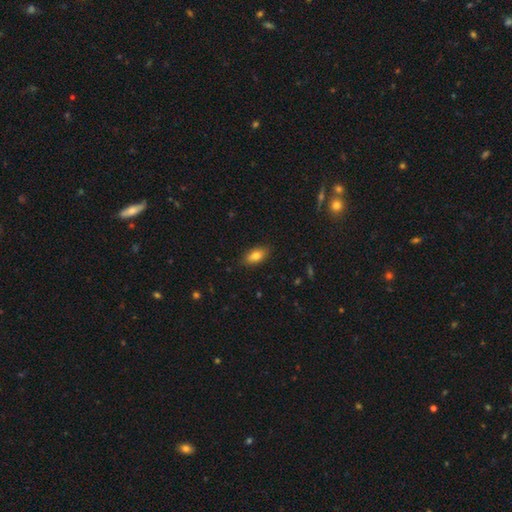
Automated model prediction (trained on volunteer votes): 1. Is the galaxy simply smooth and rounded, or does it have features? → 80% smooth, 12% featured or disk, 8% star or artifact.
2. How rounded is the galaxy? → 88% in between, 8% cigar-shaped, 5% round.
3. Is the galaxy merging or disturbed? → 86% none, 11% minor disturbance, 2% major disturbance, 1% merger.